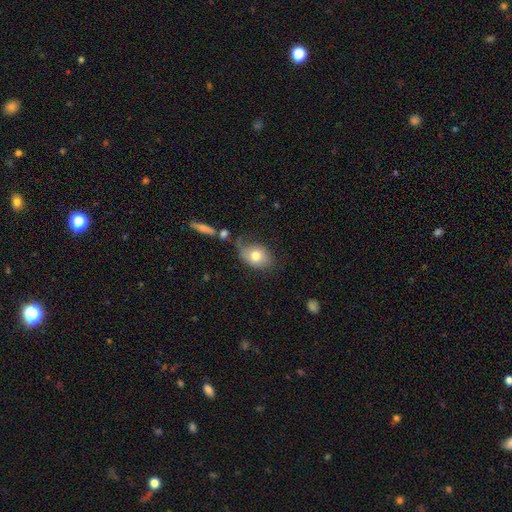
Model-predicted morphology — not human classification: Smooth or featured: smooth — 73% (featured or disk — 19%)
How rounded: in between — 74% (round — 25%)
Merging: none — 51% (minor disturbance — 27%)